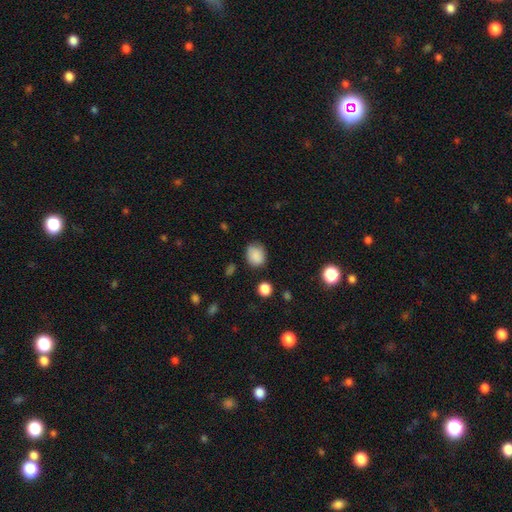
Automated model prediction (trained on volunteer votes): This is clearly a smooth galaxy (86%). How rounded: possibly round (59%). Merging: likely none (74%).